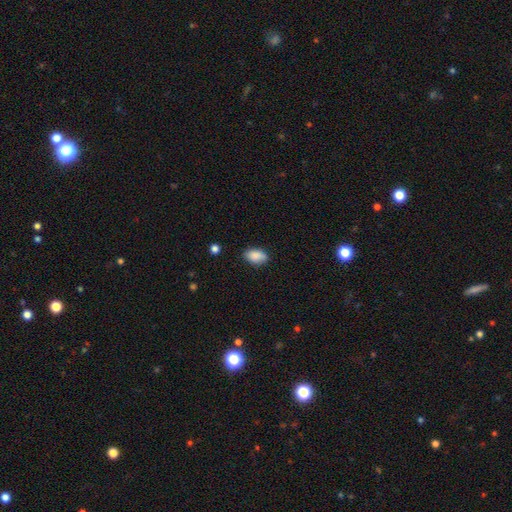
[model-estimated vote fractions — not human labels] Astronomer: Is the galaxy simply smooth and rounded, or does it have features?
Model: smooth — 88%.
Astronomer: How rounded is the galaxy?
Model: in between — 91%.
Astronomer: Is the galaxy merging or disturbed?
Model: none — 83%.